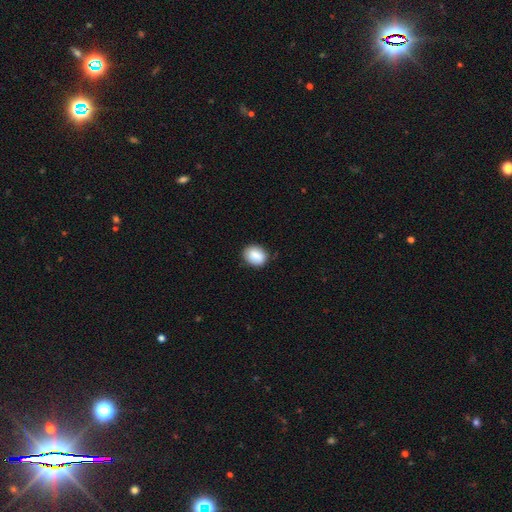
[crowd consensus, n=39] Overall: smooth (90%). How rounded: in between (60%; round 40%). Merging: none (81%).